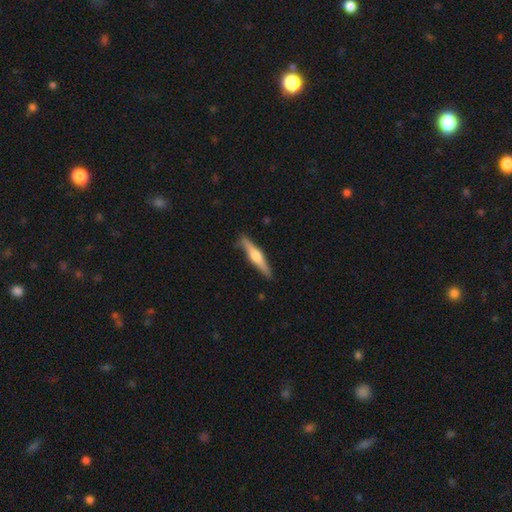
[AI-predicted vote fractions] This appears to be a featured or disk galaxy (59%) viewed edge-on (97%) with a rounded central bulge (90%). Merging: none (88%).